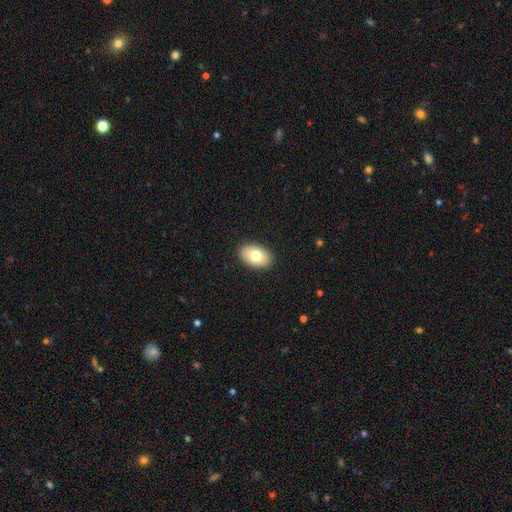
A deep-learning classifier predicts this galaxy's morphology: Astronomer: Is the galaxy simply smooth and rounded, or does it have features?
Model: smooth — 75%.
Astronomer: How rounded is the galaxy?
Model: in between — 91%.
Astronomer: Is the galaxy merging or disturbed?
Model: none — 89%.